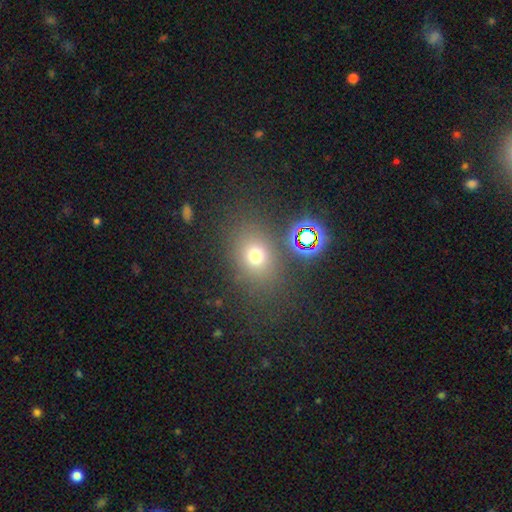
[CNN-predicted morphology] This is likely a smooth galaxy (69%). How rounded: possibly round (56%). Merging: likely none (76%).